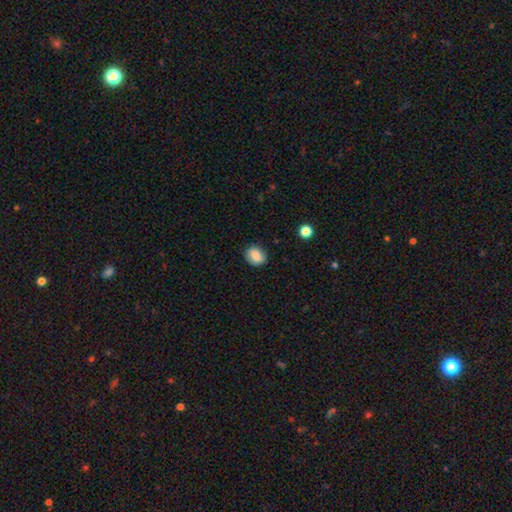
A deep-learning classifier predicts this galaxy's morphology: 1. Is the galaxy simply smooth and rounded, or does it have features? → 83% smooth, 9% star or artifact, 9% featured or disk.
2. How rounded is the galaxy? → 58% round, 41% in between, 1% cigar-shaped.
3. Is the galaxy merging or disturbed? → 82% none, 13% minor disturbance, 3% major disturbance, 1% merger.